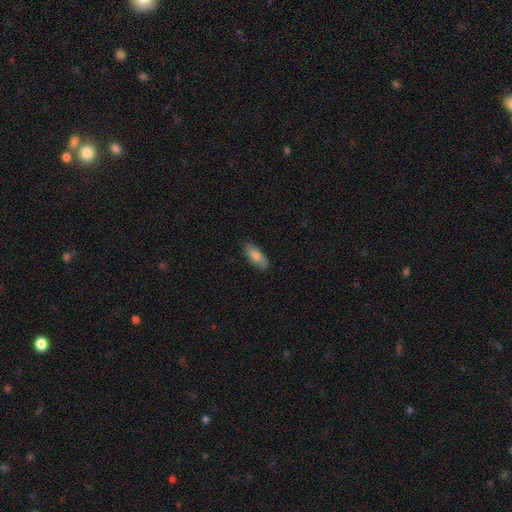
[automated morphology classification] The model was most divided on "smooth or featured": smooth: 76%, featured or disk: 18%, star or artifact: 6%. More confident: merging — none (84%); how rounded — in between (80%).